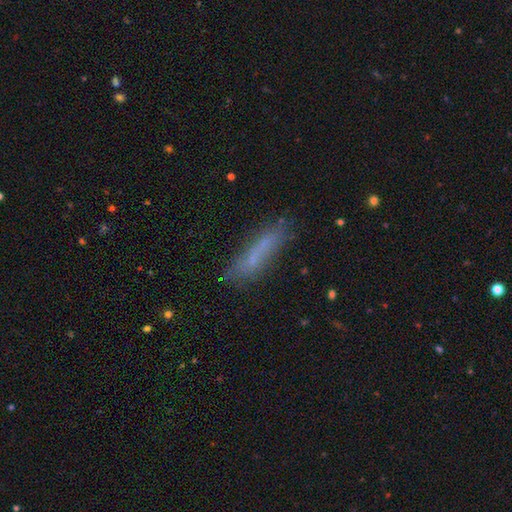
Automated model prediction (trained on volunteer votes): Morphology: type=smooth (60%); roundness=cigar-shaped (81%); merging=none (70%).